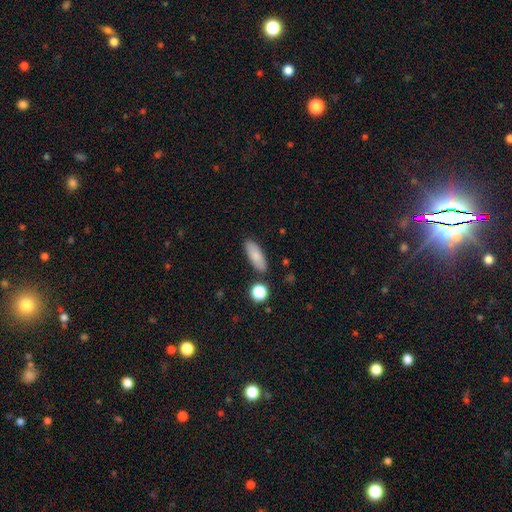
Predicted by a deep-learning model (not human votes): This appears to be a smooth galaxy with no disk features (83%) that is in between round and cigar-shaped (69%). Merging: none (85%).